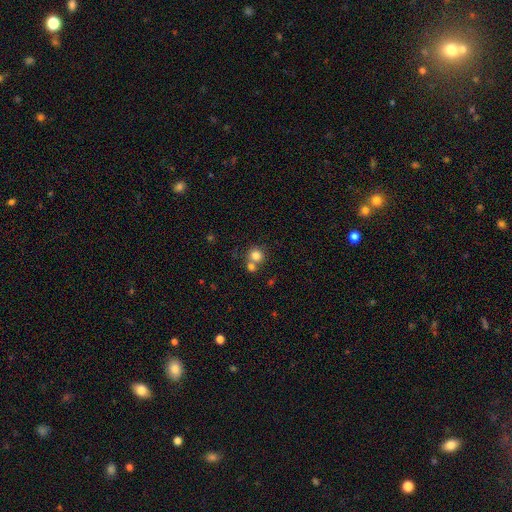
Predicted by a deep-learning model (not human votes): Overall: smooth (80%). How rounded: round (85%). Merging: none (50%; merger 39%).